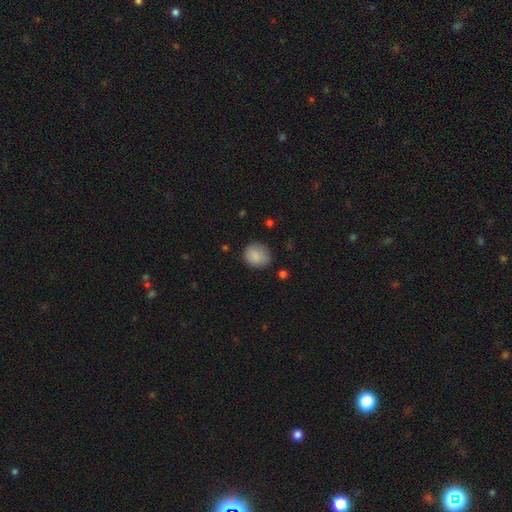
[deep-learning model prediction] smooth 86%, star or artifact 8%, featured or disk 6%. Down the decision tree: how rounded — round (80%); merging — none (79%).